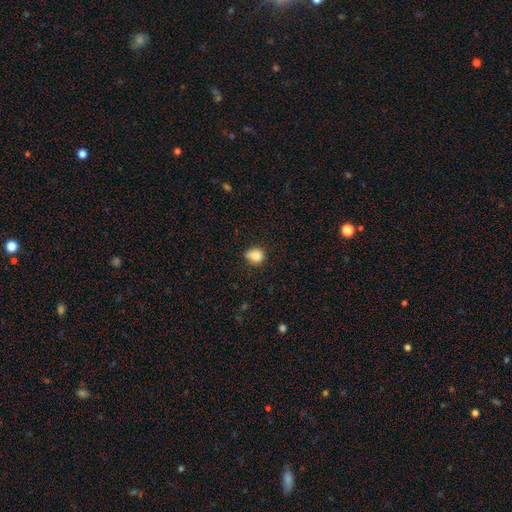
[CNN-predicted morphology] Q: Smooth or featured?
A: smooth (84%); runner-up: star or artifact (10%)
Q: How rounded?
A: round (59%); runner-up: in between (39%)
Q: Merging?
A: none (49%); runner-up: minor disturbance (38%)